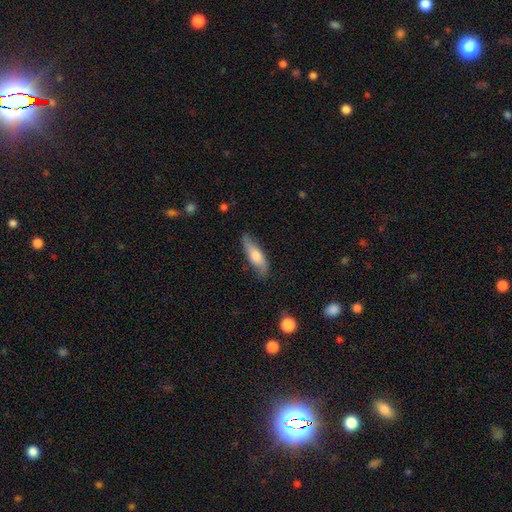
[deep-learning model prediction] Smooth or featured: smooth — 61% (featured or disk — 33%)
How rounded: cigar-shaped — 52% (in between — 45%)
Merging: none — 75% (minor disturbance — 20%)